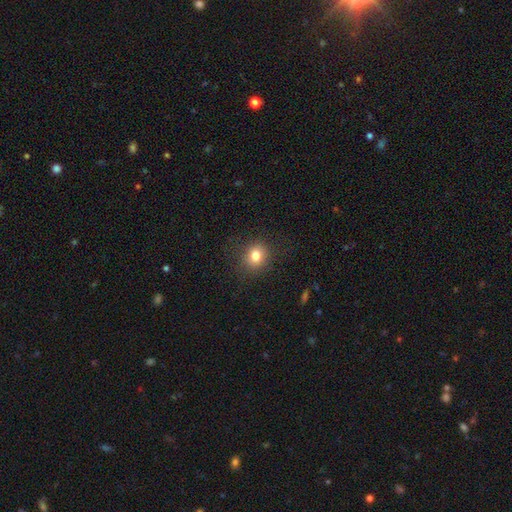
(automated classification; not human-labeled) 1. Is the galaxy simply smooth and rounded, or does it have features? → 81% smooth, 12% star or artifact, 7% featured or disk.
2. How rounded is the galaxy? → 68% round, 31% in between, 1% cigar-shaped.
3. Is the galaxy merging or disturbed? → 84% none, 11% minor disturbance, 4% major disturbance, 1% merger.